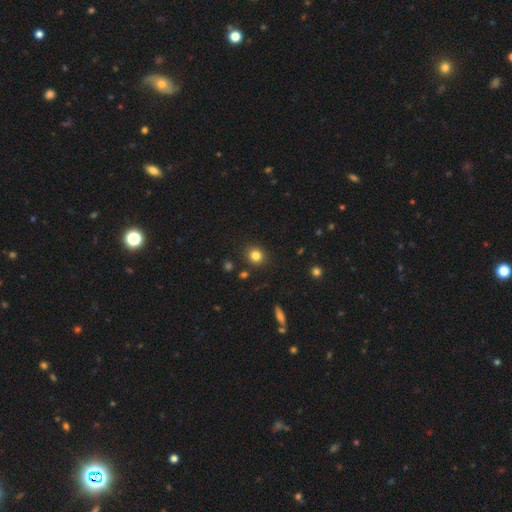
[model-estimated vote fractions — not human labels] smooth 82%, star or artifact 12%, featured or disk 6%. Down the decision tree: how rounded — round (83%); merging — none (88%).